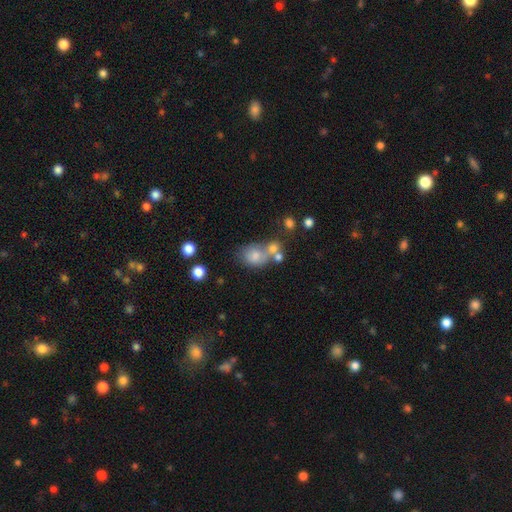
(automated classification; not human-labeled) A smooth galaxy with no disk features (70%) that is in between round and cigar-shaped (53%).

Vote fractions:
- Smooth or featured? smooth: 70% / featured or disk: 17% / star or artifact: 12%
- How rounded? in between: 53% / round: 46% / cigar-shaped: 1%
- Merging? merger: 42% / none: 33% / minor disturbance: 15% / major disturbance: 10%